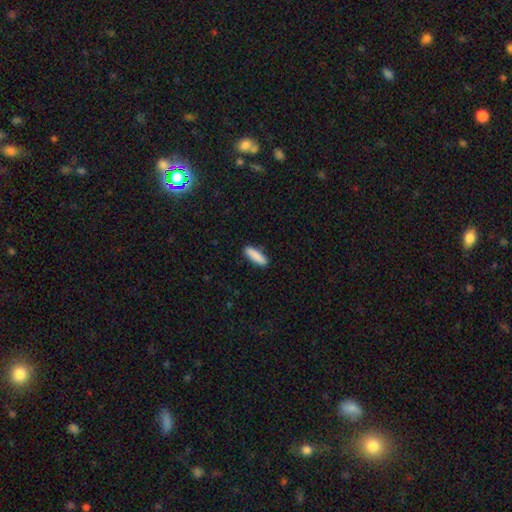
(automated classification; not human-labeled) smooth-or-featured: smooth: 88% | star or artifact: 6% | featured or disk: 6%
  how-rounded: cigar-shaped: 61% | in between: 38% | round: 2%
  merging: none: 88% | minor disturbance: 9% | major disturbance: 2% | merger: 1%